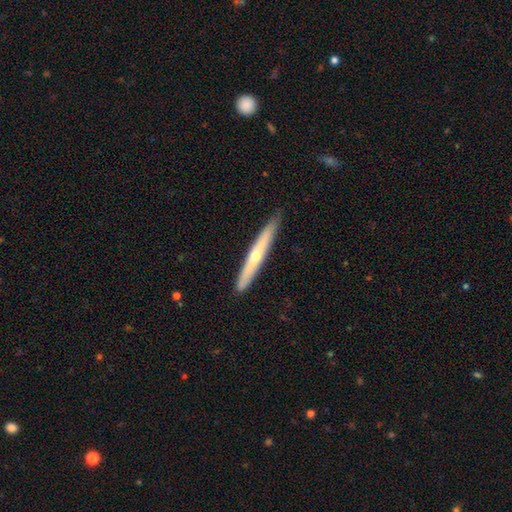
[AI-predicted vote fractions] smooth_or_featured: featured or disk (p=0.57) [alt: smooth p=0.37]
disk_edge_on: yes (p=0.94) [alt: no p=0.06]
edge_on_bulge: rounded (p=0.73) [alt: none p=0.25]
merging: none (p=0.89) [alt: minor disturbance p=0.08]